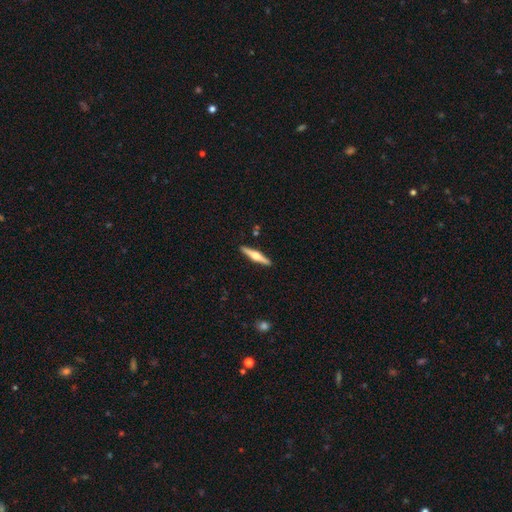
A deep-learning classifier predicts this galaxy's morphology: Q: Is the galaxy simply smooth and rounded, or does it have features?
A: featured or disk — 67%.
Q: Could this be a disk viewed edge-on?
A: yes — 98%.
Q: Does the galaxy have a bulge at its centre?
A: rounded — 94%.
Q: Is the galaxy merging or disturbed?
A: none — 91%.